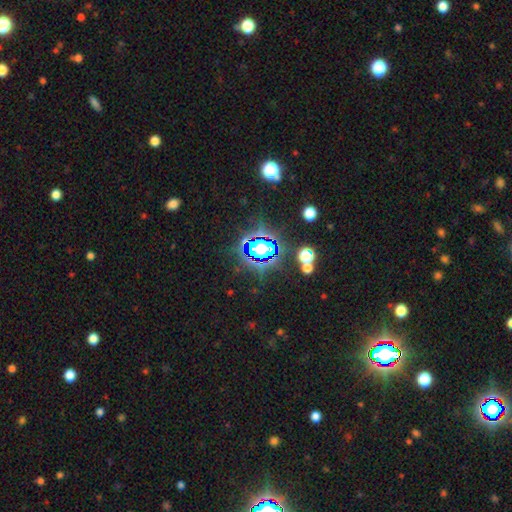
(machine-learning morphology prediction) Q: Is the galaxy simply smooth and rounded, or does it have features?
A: star or artifact — 76%.